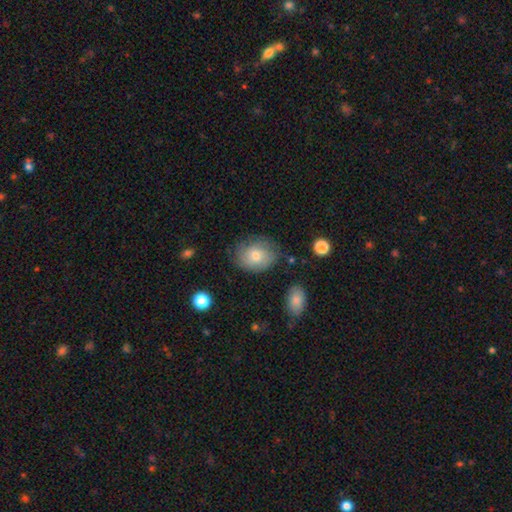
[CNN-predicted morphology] A smooth galaxy with no disk features (59%) that is round (51%).

Vote fractions:
- Smooth or featured? smooth: 59% / featured or disk: 32% / star or artifact: 9%
- How rounded? round: 51% / in between: 48% / cigar-shaped: 1%
- Merging? none: 72% / minor disturbance: 19% / major disturbance: 6% / merger: 2%